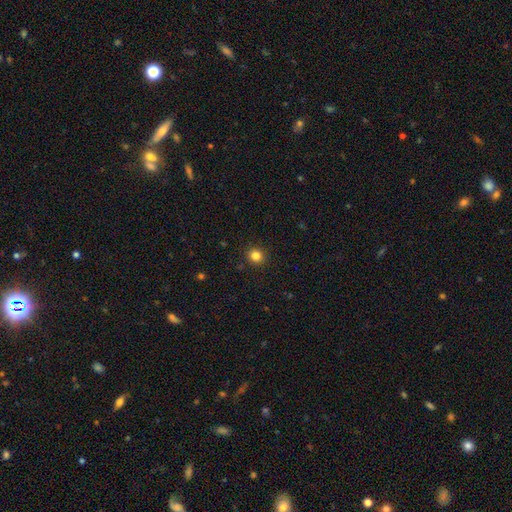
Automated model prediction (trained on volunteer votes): This is clearly a smooth galaxy (83%). How rounded: clearly round (89%). Merging: clearly none (92%).